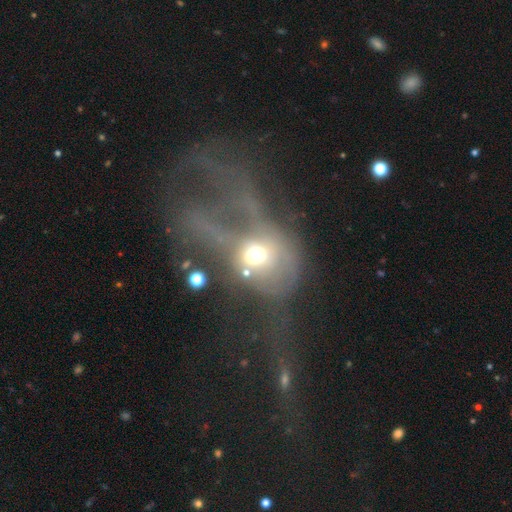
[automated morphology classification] A featured or disk galaxy (44%). Merging: major disturbance (68%).